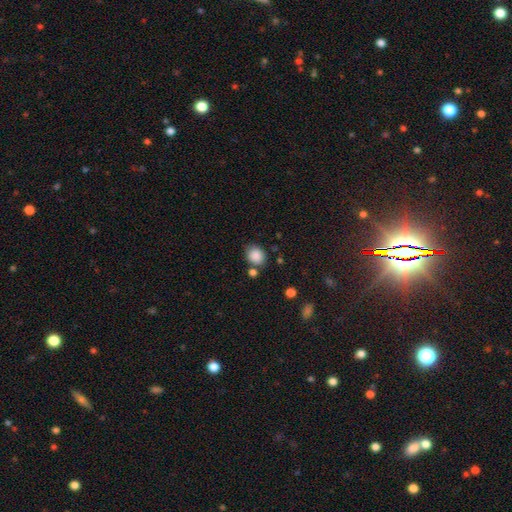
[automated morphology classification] Smooth or featured? smooth (87%)
How rounded? round (64%)
Merging? none (72%)